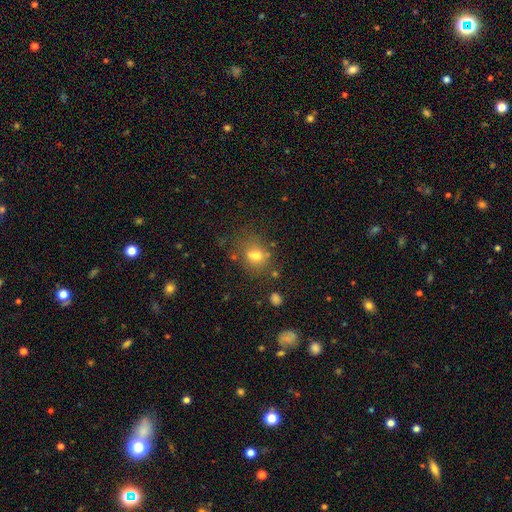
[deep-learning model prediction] smooth 67%, featured or disk 19%, star or artifact 14%. Down the decision tree: how rounded — in between (53%); merging — none (61%).